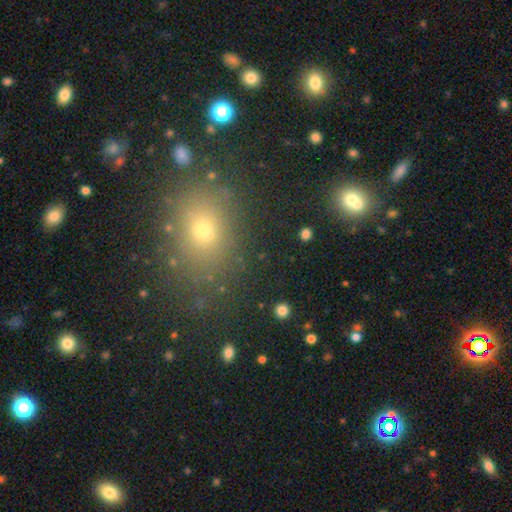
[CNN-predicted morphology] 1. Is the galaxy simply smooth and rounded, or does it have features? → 62% smooth, 27% star or artifact, 11% featured or disk.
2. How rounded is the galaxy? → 59% in between, 39% round, 2% cigar-shaped.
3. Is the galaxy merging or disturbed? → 81% none, 11% minor disturbance, 5% major disturbance, 4% merger.